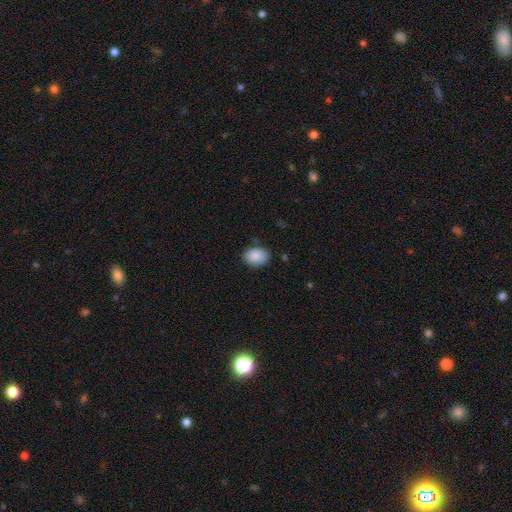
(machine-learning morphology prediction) smooth-or-featured: smooth: 89% | star or artifact: 7% | featured or disk: 4%
  how-rounded: in between: 73% | round: 26% | cigar-shaped: 1%
  merging: none: 81% | minor disturbance: 15% | major disturbance: 3% | merger: 1%